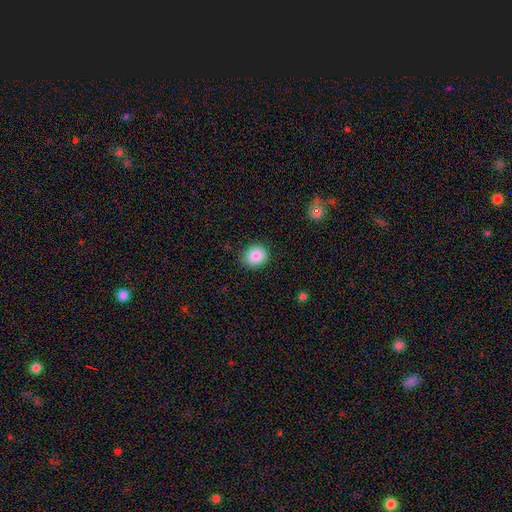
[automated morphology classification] smooth-or-featured: smooth: 86% | star or artifact: 9% | featured or disk: 5%
  how-rounded: round: 80% | in between: 19% | cigar-shaped: 1%
  merging: none: 87% | minor disturbance: 9% | major disturbance: 2% | merger: 1%